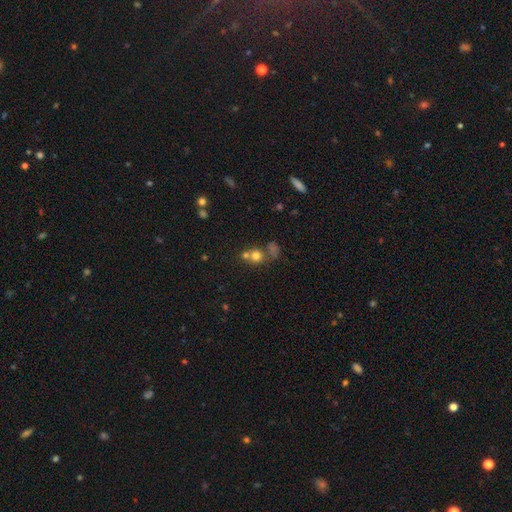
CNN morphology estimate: A smooth galaxy with no disk features (66%) that is round (83%).

Vote fractions:
- Smooth or featured? smooth: 66% / star or artifact: 19% / featured or disk: 15%
- How rounded? round: 83% / in between: 16% / cigar-shaped: 1%
- Merging? none: 45% / merger: 42% / minor disturbance: 8% / major disturbance: 5%